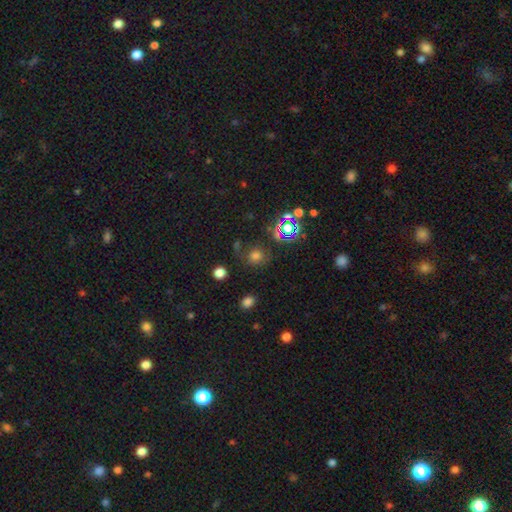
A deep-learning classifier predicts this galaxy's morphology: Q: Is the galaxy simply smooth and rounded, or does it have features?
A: smooth — 66%.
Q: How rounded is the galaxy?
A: round — 82%.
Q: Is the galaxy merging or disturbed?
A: none — 71%.